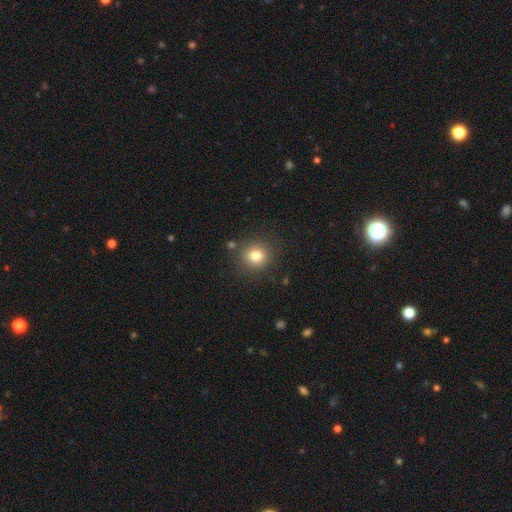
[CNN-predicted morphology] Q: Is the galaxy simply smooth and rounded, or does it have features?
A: smooth — 80%.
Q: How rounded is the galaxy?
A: round — 88%.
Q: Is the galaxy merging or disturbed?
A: none — 86%.